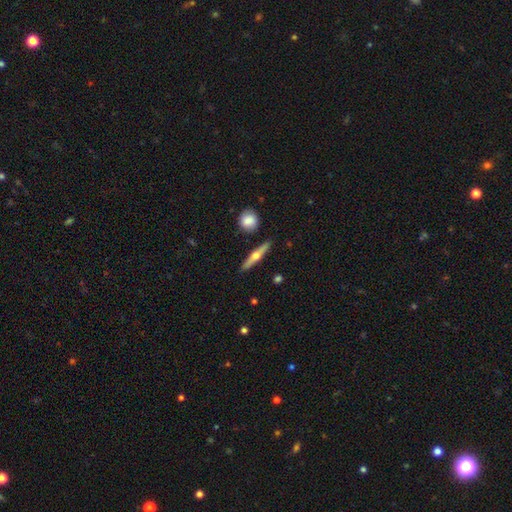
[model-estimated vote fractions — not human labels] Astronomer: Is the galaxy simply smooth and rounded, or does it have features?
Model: featured or disk — 61%.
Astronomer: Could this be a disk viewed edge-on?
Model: yes — 96%.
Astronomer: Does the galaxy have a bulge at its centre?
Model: rounded — 94%.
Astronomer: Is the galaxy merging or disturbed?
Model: none — 88%.